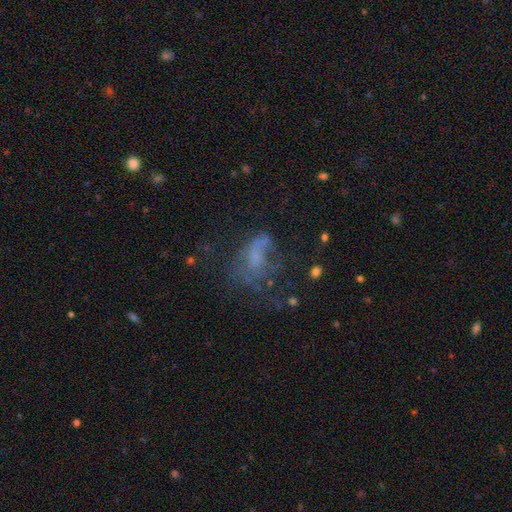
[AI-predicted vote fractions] Q: Smooth or featured?
A: featured or disk (42%); runner-up: smooth (37%)
Q: Merging?
A: major disturbance (41%); runner-up: none (33%)